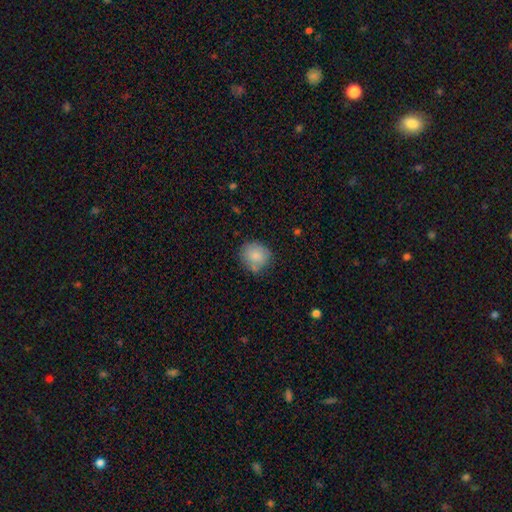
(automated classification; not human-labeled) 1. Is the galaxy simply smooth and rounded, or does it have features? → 83% smooth, 10% featured or disk, 8% star or artifact.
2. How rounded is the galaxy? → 82% round, 17% in between, 1% cigar-shaped.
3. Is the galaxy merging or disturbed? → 70% none, 21% minor disturbance, 5% major disturbance, 5% merger.